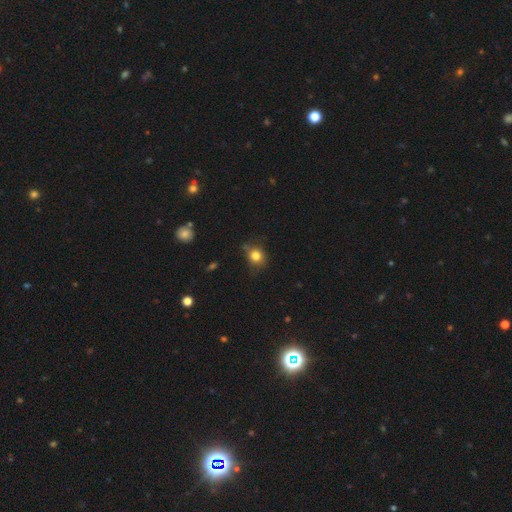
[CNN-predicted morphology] type=smooth (81%); roundness=round (73%); merging=none (70%).